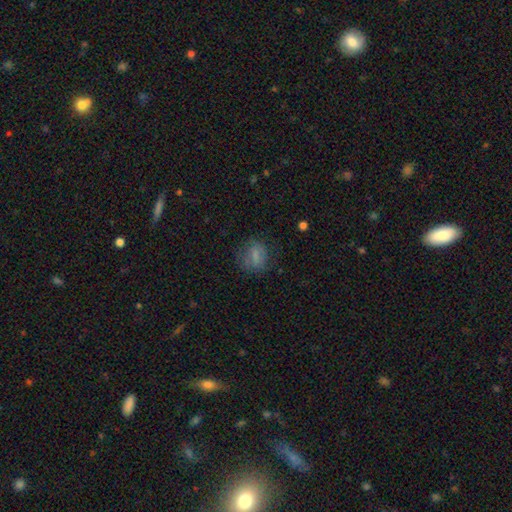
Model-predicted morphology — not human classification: smooth-or-featured: smooth: 71% | featured or disk: 18% | star or artifact: 11%
  how-rounded: round: 51% | in between: 45% | cigar-shaped: 3%
  merging: none: 72% | minor disturbance: 17% | major disturbance: 9% | merger: 1%